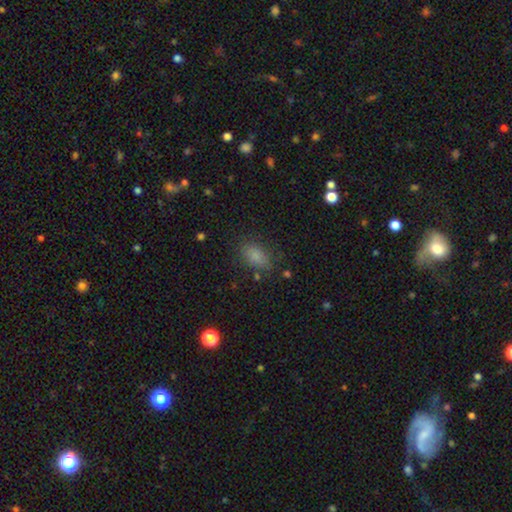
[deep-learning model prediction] This is clearly a smooth galaxy (81%). How rounded: clearly in between (85%). Merging: likely none (77%).